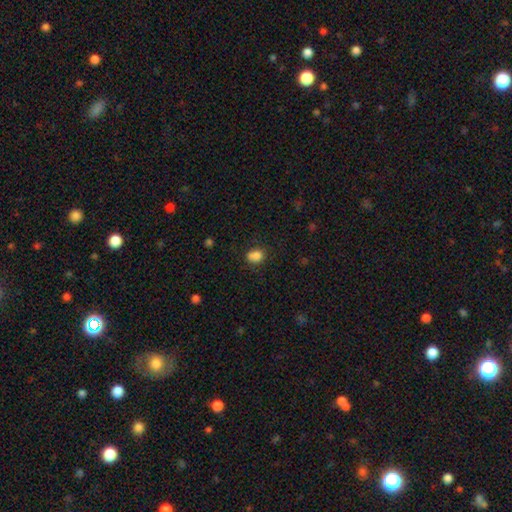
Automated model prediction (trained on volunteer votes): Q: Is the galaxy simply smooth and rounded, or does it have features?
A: smooth — 83%.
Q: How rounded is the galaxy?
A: in between — 53%.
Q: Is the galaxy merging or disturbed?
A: none — 61%.